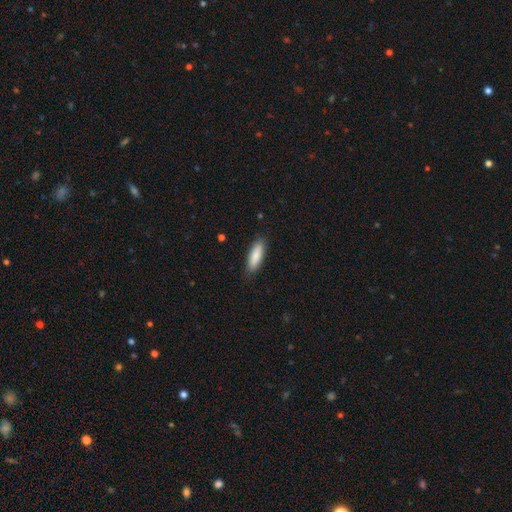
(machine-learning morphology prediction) Q: Smooth or featured?
A: smooth (86%); runner-up: featured or disk (9%)
Q: How rounded?
A: cigar-shaped (50%); runner-up: in between (49%)
Q: Merging?
A: none (87%); runner-up: minor disturbance (10%)